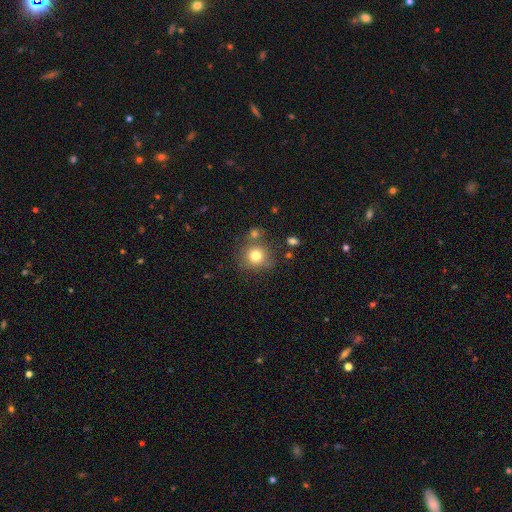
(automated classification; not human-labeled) This is likely a smooth galaxy (79%). How rounded: clearly round (88%). Merging: likely none (72%).